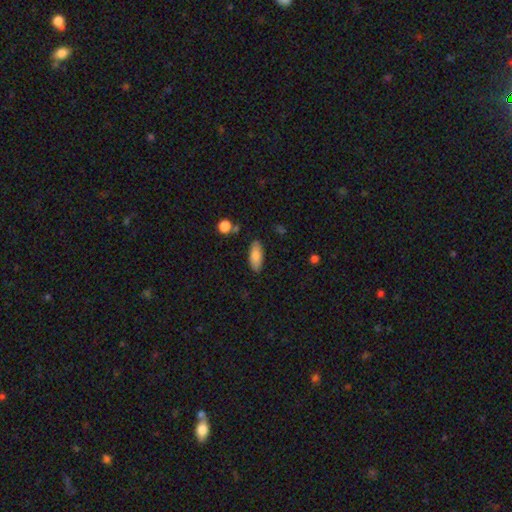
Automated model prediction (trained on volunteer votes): smooth 81%, featured or disk 12%, star or artifact 7%. Down the decision tree: how rounded — in between (81%); merging — none (84%).